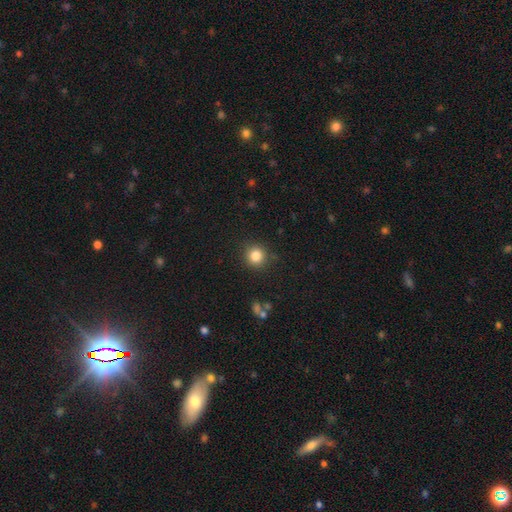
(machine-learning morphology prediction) Q: Smooth or featured?
A: smooth (84%); runner-up: star or artifact (11%)
Q: How rounded?
A: round (92%); runner-up: in between (7%)
Q: Merging?
A: none (88%); runner-up: minor disturbance (8%)